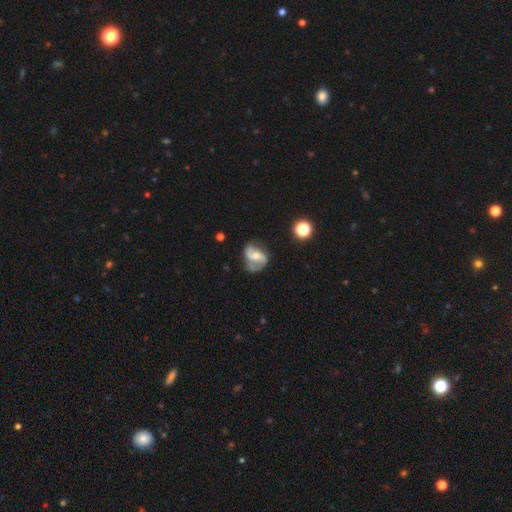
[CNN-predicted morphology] Smooth or featured? featured or disk (72%)
Edge-on disk? no (97%)
Bar? no (43%)
Spiral arms? yes (85%)
Spiral winding? medium (42%)
Spiral arm count? 2 (81%)
Bulge size? moderate (57%)
Merging? none (55%)